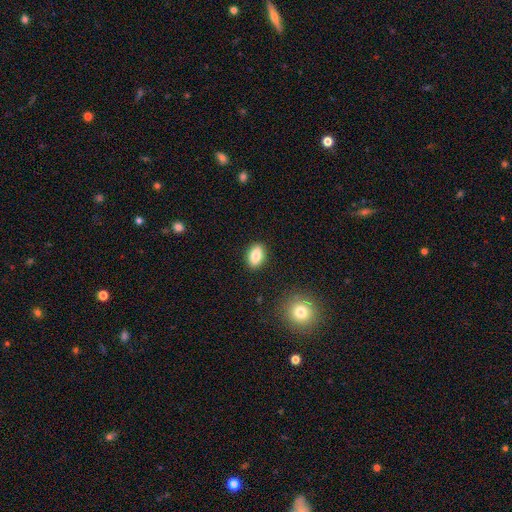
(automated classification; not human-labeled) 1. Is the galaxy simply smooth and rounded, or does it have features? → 84% smooth, 8% star or artifact, 8% featured or disk.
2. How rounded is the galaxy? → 87% in between, 10% round, 3% cigar-shaped.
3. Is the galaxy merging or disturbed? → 88% none, 8% minor disturbance, 2% major disturbance, 1% merger.